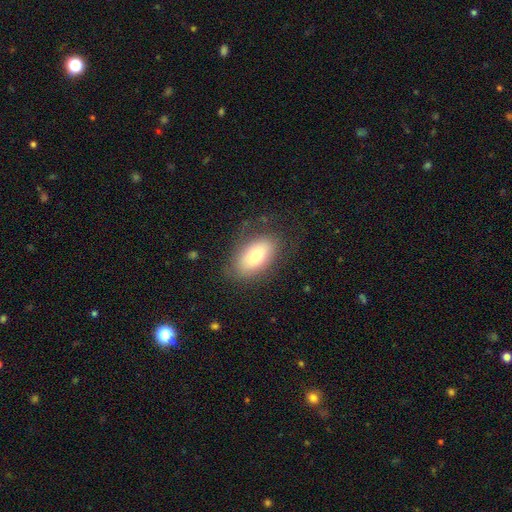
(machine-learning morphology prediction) Smooth or featured: smooth — 73% (featured or disk — 19%)
How rounded: in between — 91% (round — 6%)
Merging: none — 76% (minor disturbance — 16%)